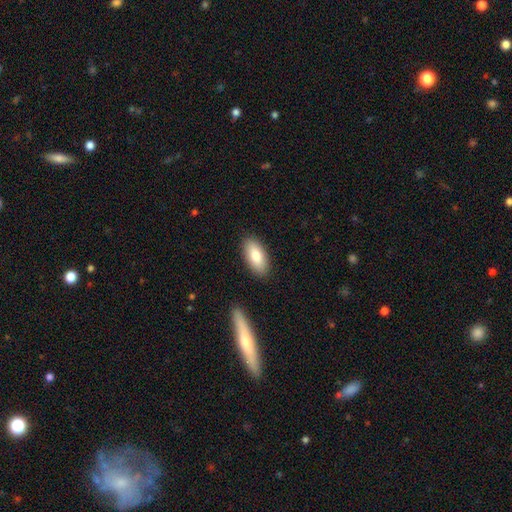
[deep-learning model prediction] Morphology: type=smooth (82%); roundness=in between (90%); merging=none (87%).